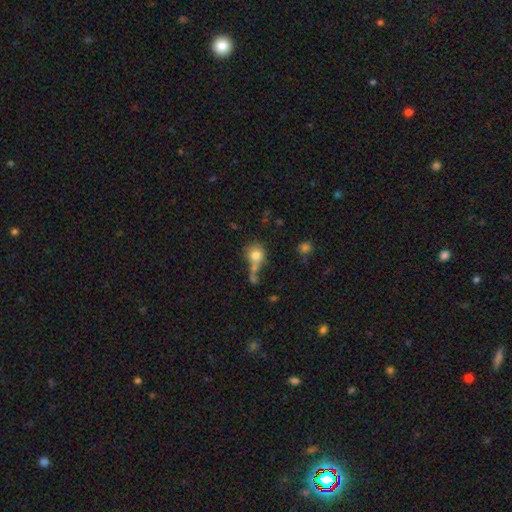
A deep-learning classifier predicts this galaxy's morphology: smooth-or-featured: smooth: 77% | featured or disk: 13% | star or artifact: 10%
  how-rounded: round: 76% | in between: 22% | cigar-shaped: 2%
  merging: merger: 39% | none: 32% | major disturbance: 16% | minor disturbance: 13%